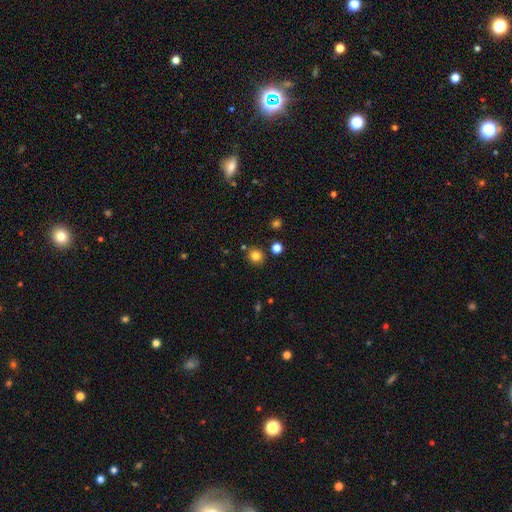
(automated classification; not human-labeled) smooth 82%, star or artifact 13%, featured or disk 5%. Down the decision tree: how rounded — round (88%); merging — none (85%).